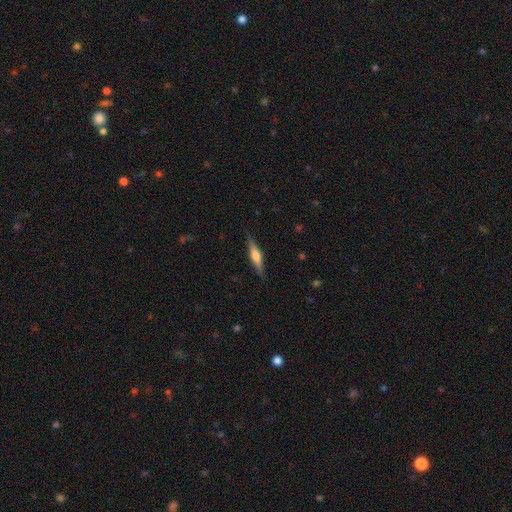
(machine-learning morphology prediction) Smooth or featured? Predicted: featured or disk (p=0.61). Edge-on disk? Predicted: yes (p=0.97). Edge-on bulge? Predicted: rounded (p=0.79). Merging? Predicted: none (p=0.87).